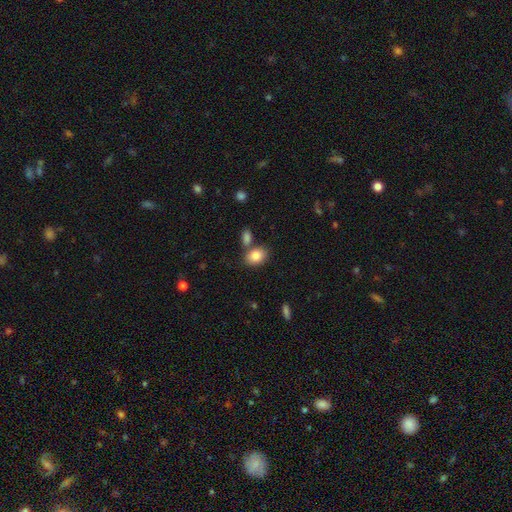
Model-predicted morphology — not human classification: smooth_or_featured: smooth (p=0.85) [alt: star or artifact p=0.08]
how_rounded: in between (p=0.74) [alt: round p=0.24]
merging: none (p=0.65) [alt: merger p=0.20]